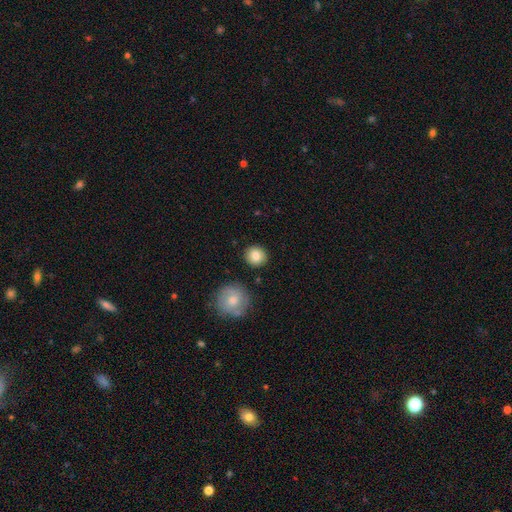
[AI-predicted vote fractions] A smooth galaxy with no disk features (84%) that is round (90%).

Vote fractions:
- Smooth or featured? smooth: 84% / featured or disk: 8% / star or artifact: 8%
- How rounded? round: 90% / in between: 9% / cigar-shaped: 1%
- Merging? none: 87% / minor disturbance: 8% / merger: 3% / major disturbance: 2%